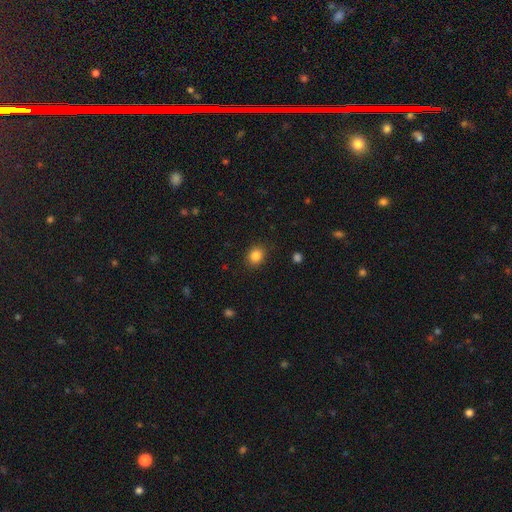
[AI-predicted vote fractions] Overall: smooth (85%). How rounded: round (69%; in between 30%). Merging: none (88%).